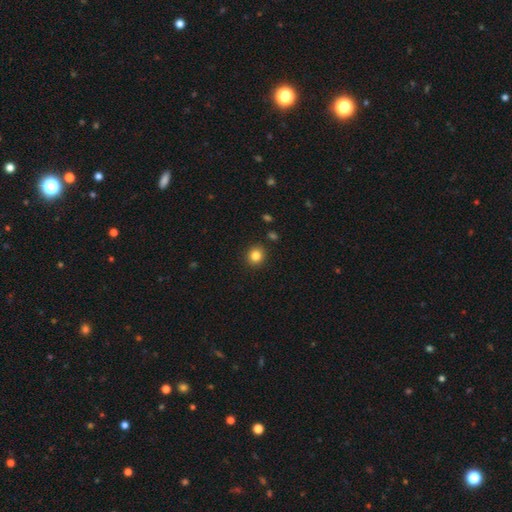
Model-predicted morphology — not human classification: Q: Smooth or featured?
A: smooth (84%); runner-up: star or artifact (11%)
Q: How rounded?
A: round (84%); runner-up: in between (15%)
Q: Merging?
A: none (90%); runner-up: minor disturbance (6%)